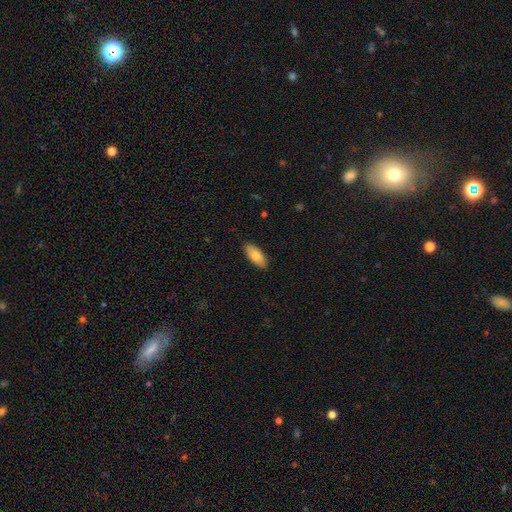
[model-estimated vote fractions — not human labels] This appears to be a smooth galaxy with no disk features (79%) that is in between round and cigar-shaped (88%). Merging: none (89%).